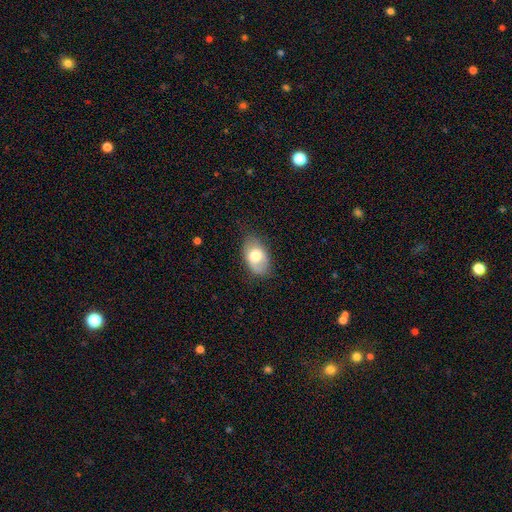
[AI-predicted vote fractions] Q: Smooth or featured?
A: smooth (69%); runner-up: featured or disk (24%)
Q: How rounded?
A: in between (89%); runner-up: round (9%)
Q: Merging?
A: none (68%); runner-up: minor disturbance (24%)